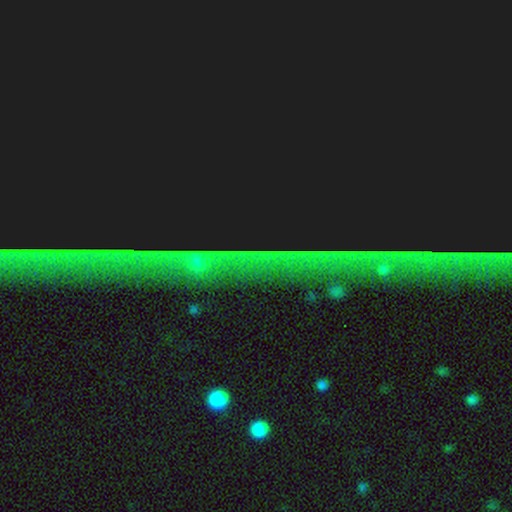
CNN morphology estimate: The model was most divided on "smooth or featured": star or artifact: 75%, featured or disk: 12%, smooth: 12%.